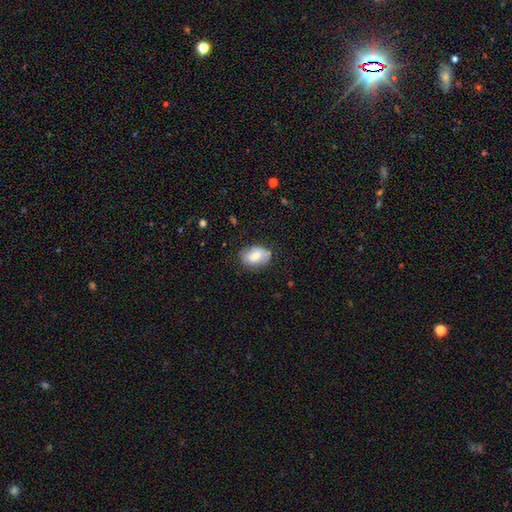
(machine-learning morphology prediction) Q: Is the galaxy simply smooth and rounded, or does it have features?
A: smooth — 67%.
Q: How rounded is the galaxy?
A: in between — 82%.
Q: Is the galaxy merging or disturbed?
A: none — 73%.